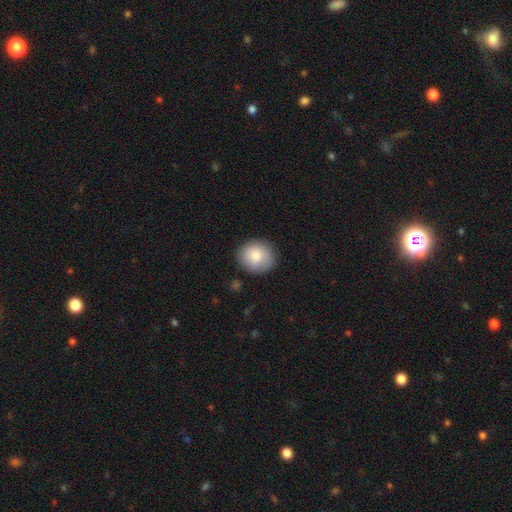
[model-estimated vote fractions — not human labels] This appears to be a smooth galaxy with no disk features (82%) that is round (77%). Merging: none (85%).